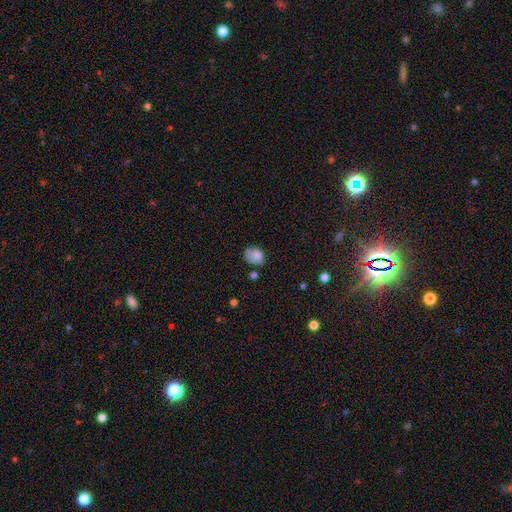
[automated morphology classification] A smooth galaxy with no disk features (76%) that is in between round and cigar-shaped (63%). Merging: none (50%).